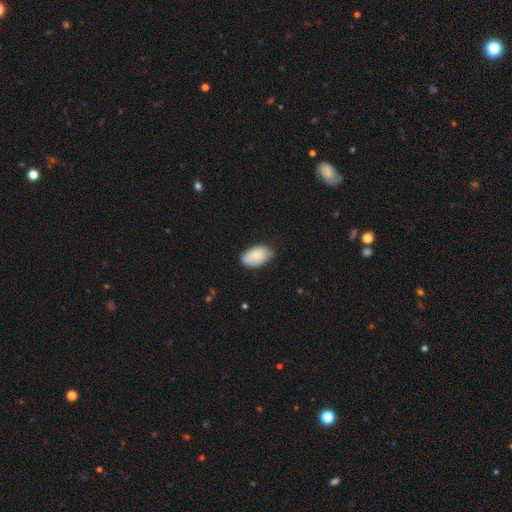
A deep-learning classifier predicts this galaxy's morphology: smooth-or-featured: smooth: 76% | featured or disk: 18% | star or artifact: 6%
  how-rounded: in between: 93% | round: 5% | cigar-shaped: 1%
  merging: none: 72% | minor disturbance: 23% | major disturbance: 3% | merger: 1%